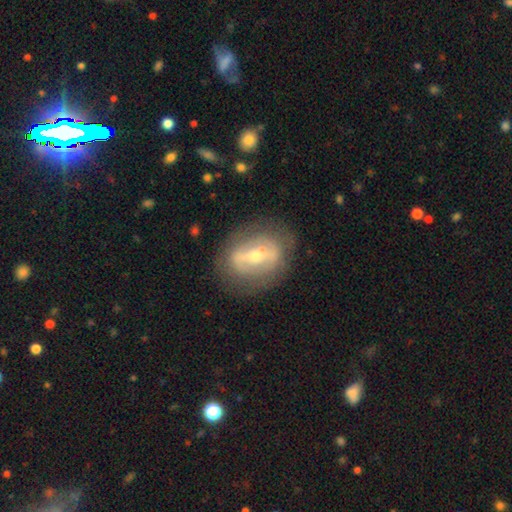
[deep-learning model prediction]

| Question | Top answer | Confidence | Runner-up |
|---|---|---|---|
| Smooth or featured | featured or disk | 70% | smooth (23%) |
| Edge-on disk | no | 90% | yes (10%) |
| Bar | strong | 54% | weak (29%) |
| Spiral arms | no | 58% | yes (42%) |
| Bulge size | moderate | 56% | small (38%) |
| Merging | none | 76% | minor disturbance (16%) |